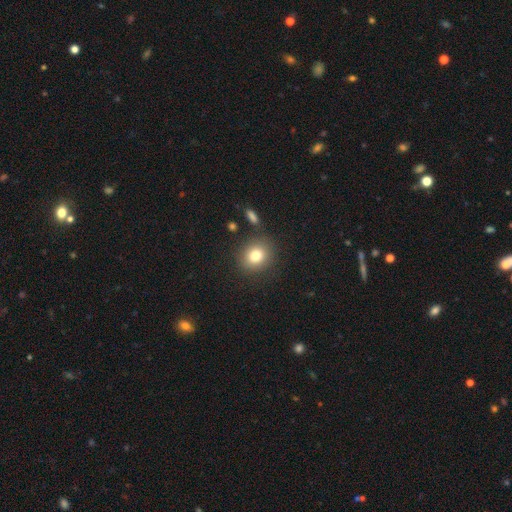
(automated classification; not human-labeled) A smooth galaxy with no disk features (80%) that is round (73%). Merging: none (83%).